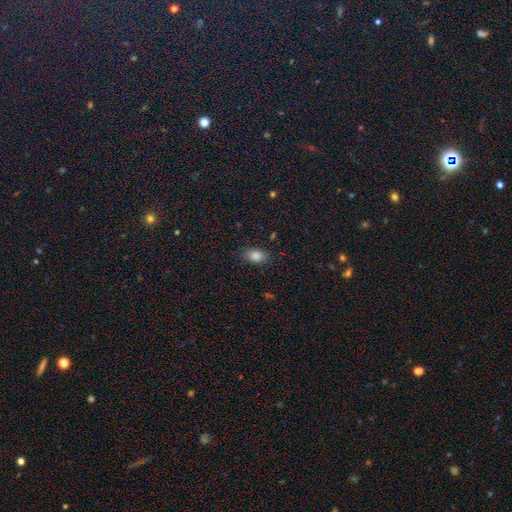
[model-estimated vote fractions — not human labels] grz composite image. It shows a smooth galaxy with no disk features (84%) that is in between round and cigar-shaped (79%). Merging: none (84%).